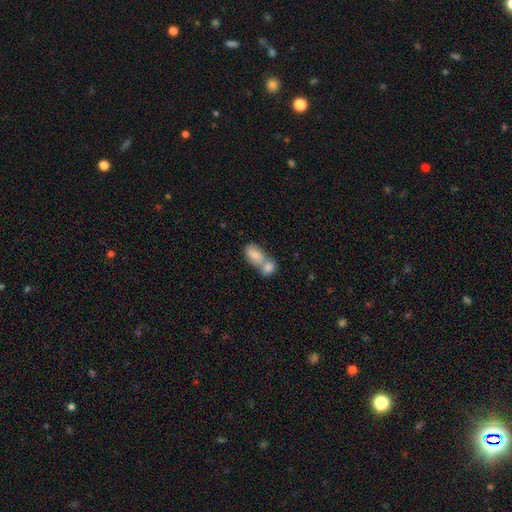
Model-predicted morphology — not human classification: type=smooth (82%); roundness=in between (88%); merging=merger (71%).